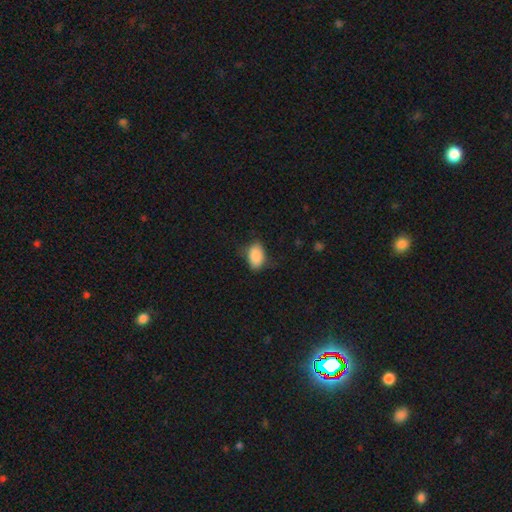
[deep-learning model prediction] A smooth galaxy with no disk features (88%) that is in between round and cigar-shaped (90%). Merging: none (72%).